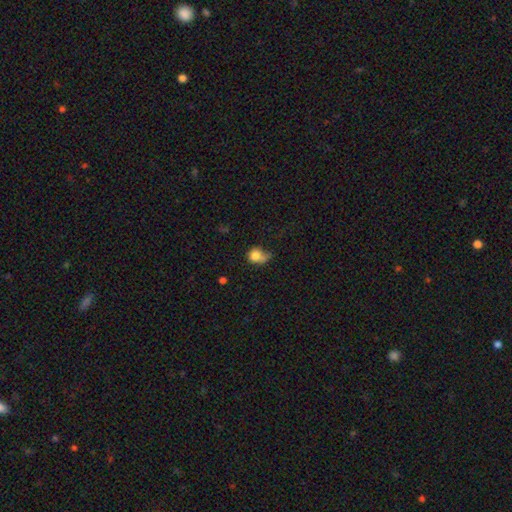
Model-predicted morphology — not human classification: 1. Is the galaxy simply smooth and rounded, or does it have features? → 77% smooth, 12% featured or disk, 10% star or artifact.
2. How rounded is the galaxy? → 64% round, 34% in between, 1% cigar-shaped.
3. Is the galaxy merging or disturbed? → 32% none (tied), 32% minor disturbance (tied), 24% major disturbance, 12% merger.